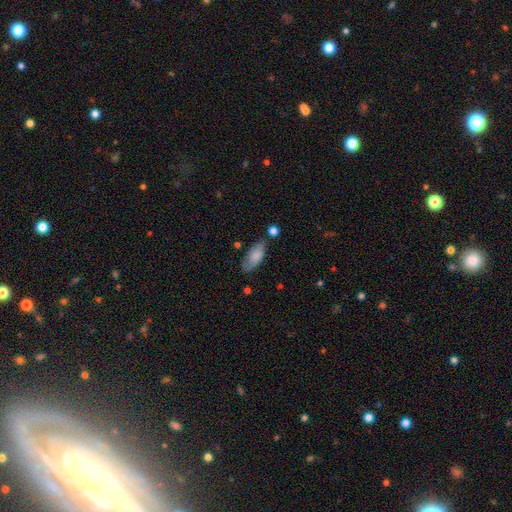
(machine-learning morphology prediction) This appears to be a smooth galaxy with no disk features (78%) that is in between round and cigar-shaped (85%). Merging: none (68%).